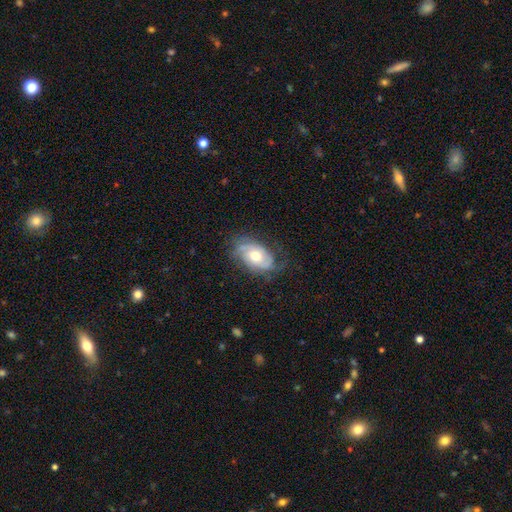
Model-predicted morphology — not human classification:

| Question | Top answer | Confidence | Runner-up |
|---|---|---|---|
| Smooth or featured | featured or disk | 70% | smooth (23%) |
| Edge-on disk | no | 94% | yes (6%) |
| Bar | no | 76% | weak (20%) |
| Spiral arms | yes | 87% | no (13%) |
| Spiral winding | tight | 46% | medium (36%) |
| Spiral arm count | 2 | 42% | can't tell (29%) |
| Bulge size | moderate | 74% | small (16%) |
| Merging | none | 67% | minor disturbance (22%) |